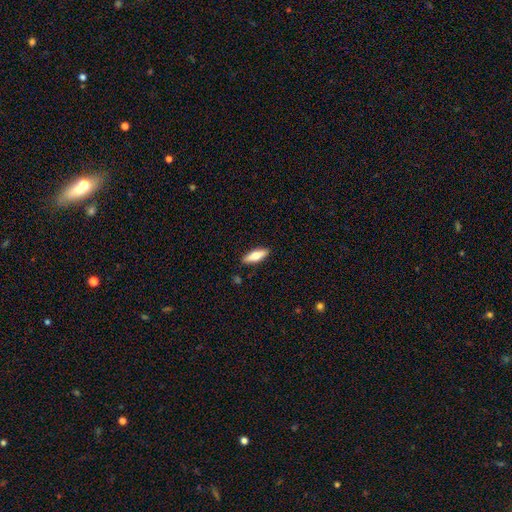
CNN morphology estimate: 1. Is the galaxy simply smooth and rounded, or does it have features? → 67% smooth, 27% featured or disk, 6% star or artifact.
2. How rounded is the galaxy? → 50% in between, 48% cigar-shaped, 2% round.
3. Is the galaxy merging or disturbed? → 88% none, 9% minor disturbance, 2% major disturbance, 1% merger.